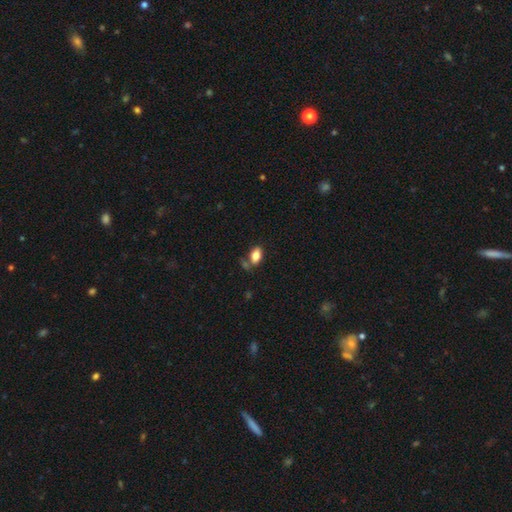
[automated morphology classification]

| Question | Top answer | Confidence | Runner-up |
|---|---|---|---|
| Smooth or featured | smooth | 83% | featured or disk (9%) |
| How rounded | in between | 91% | round (7%) |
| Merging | none | 65% | minor disturbance (16%) |